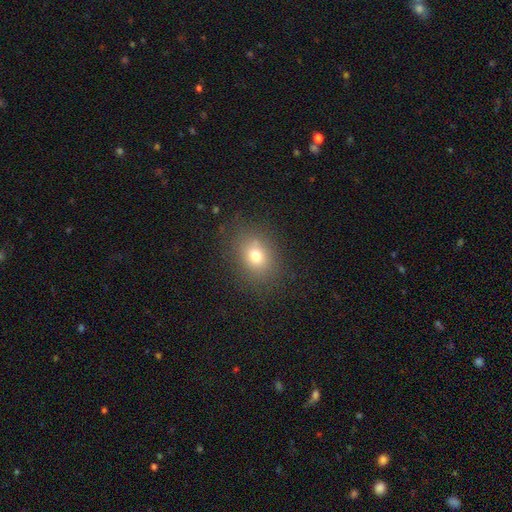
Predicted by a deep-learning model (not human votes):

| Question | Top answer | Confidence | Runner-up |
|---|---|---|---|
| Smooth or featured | smooth | 73% | star or artifact (15%) |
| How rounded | round | 50% | in between (49%) |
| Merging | none | 82% | minor disturbance (12%) |